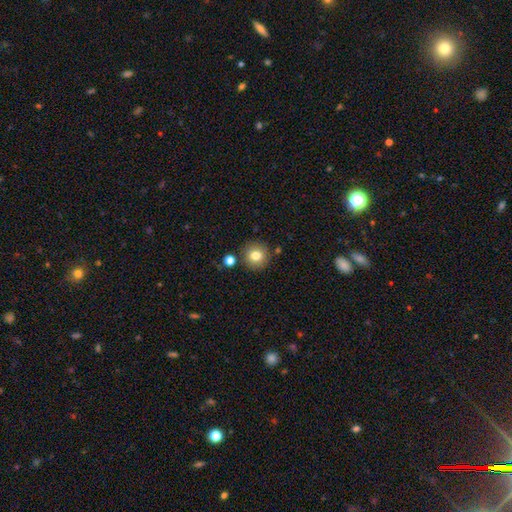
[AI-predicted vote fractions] This is clearly a smooth galaxy (80%). How rounded: clearly round (93%). Merging: clearly none (85%).